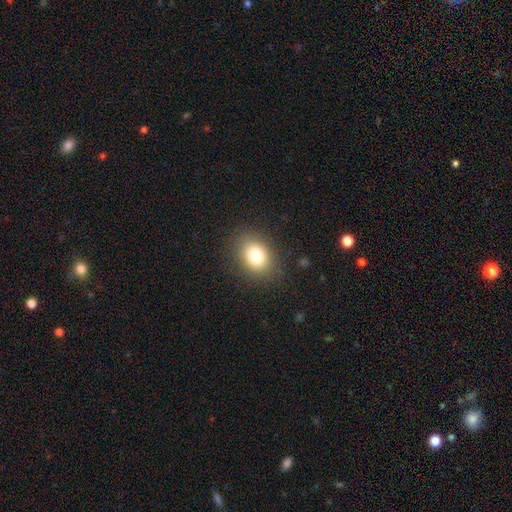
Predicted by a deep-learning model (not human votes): Smooth or featured? smooth (81%)
How rounded? in between (61%)
Merging? none (85%)